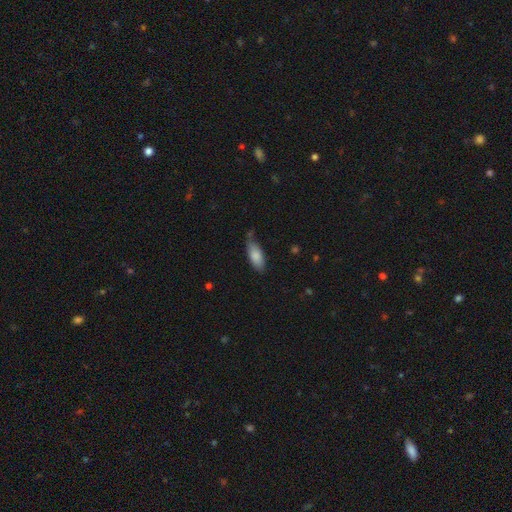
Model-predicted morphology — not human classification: This is clearly a smooth galaxy (84%). How rounded: likely in between (80%). Merging: possibly none (59%).